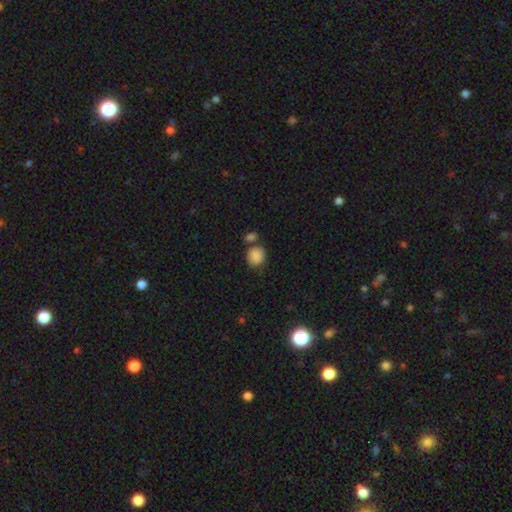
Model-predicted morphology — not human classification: Smooth or featured: smooth — 87% (star or artifact — 8%)
How rounded: round — 73% (in between — 27%)
Merging: none — 60% (merger — 21%)